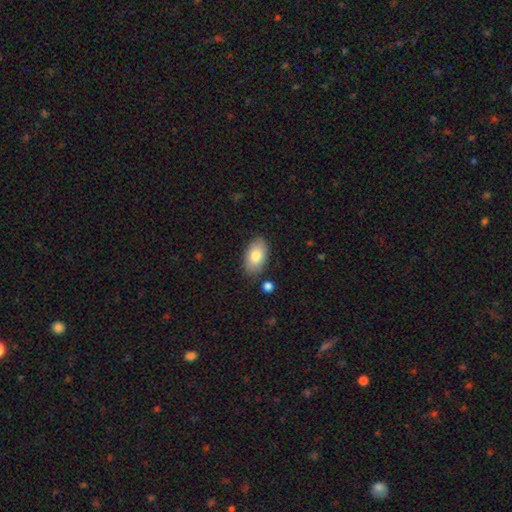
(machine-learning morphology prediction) Q: Smooth or featured?
A: smooth (81%); runner-up: featured or disk (12%)
Q: How rounded?
A: in between (93%); runner-up: round (6%)
Q: Merging?
A: none (80%); runner-up: minor disturbance (14%)